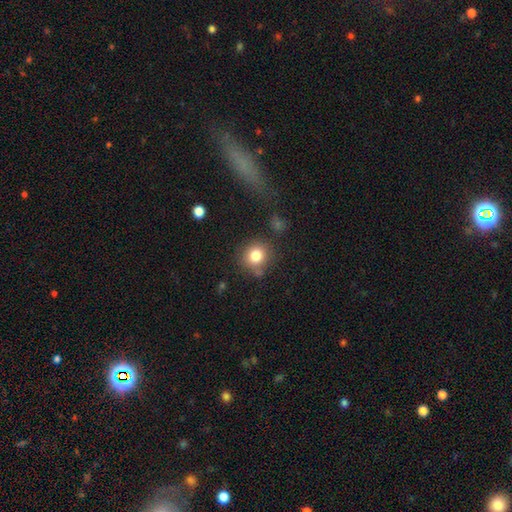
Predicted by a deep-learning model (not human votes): Morphology: type=smooth (81%); roundness=round (85%); merging=none (75%).